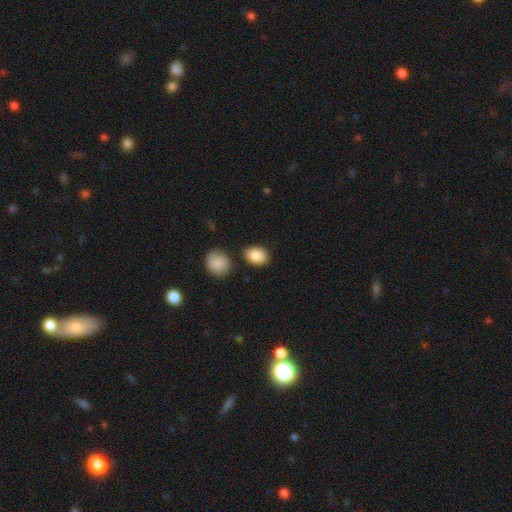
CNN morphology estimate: A smooth galaxy with no disk features (87%) that is in between round and cigar-shaped (75%). Merging: none (80%).